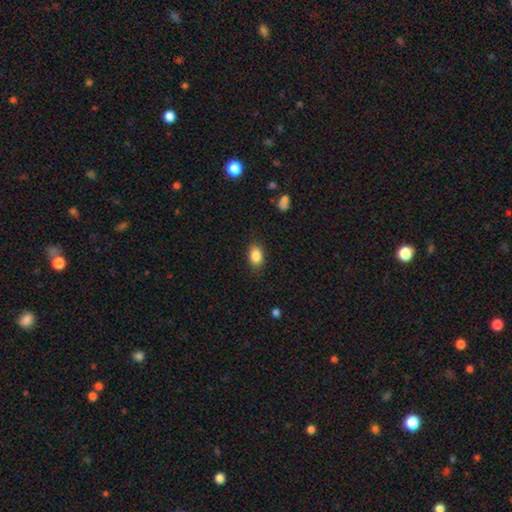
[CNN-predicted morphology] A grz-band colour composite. It shows a smooth galaxy with no disk features (87%) that is in between round and cigar-shaped (83%). Merging: none (84%).